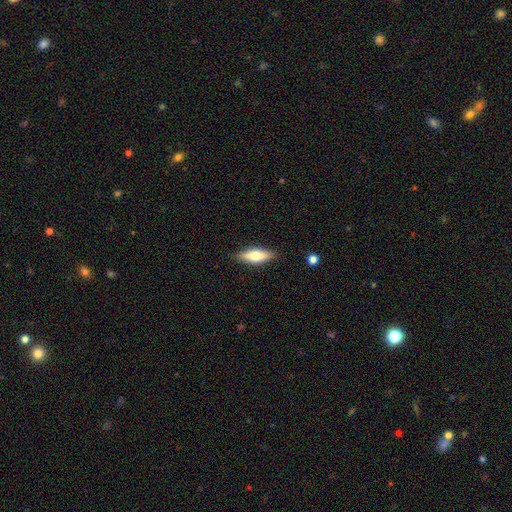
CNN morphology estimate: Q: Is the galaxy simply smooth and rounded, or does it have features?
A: smooth — 63%.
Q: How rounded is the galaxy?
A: in between — 59%.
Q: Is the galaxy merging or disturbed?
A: none — 85%.